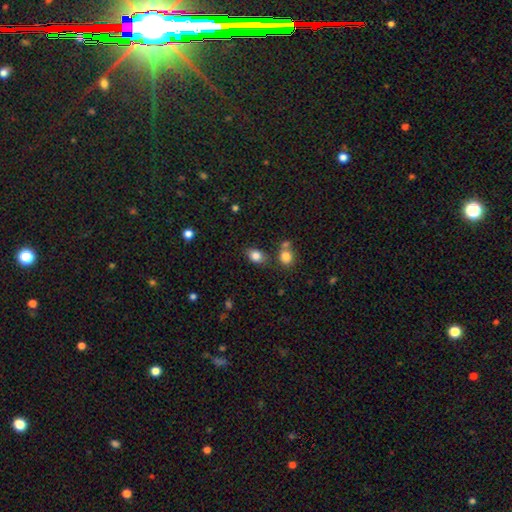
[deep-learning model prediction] smooth 83%, star or artifact 10%, featured or disk 7%. Down the decision tree: how rounded — in between (74%); merging — none (72%).